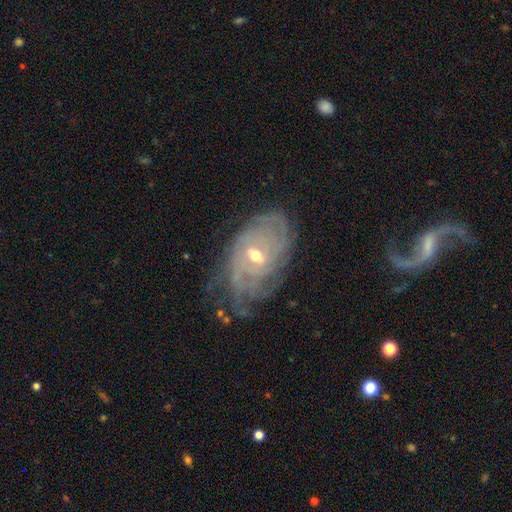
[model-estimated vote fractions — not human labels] Smooth or featured?
  - featured or disk: 81% *
  - smooth: 12%
  - star or artifact: 7%
Edge-on disk?
  - no: 94% *
  - yes: 6%
Bar?
  - weak: 49% *
  - no: 38%
  - strong: 13%
Spiral arms?
  - yes: 88% *
  - no: 12%
Spiral winding?
  - tight: 68% *
  - medium: 23%
  - loose: 8%
Spiral arm count?
  - can't tell: 52% *
  - 2: 13%
  - 4: 11%
  - 3: 11%
  - more than 4: 7%
  - 1: 5%
Bulge size?
  - moderate: 53% *
  - small: 43%
  - large: 2%
  - none: 1%
  - dominant: 1%
Merging?
  - none: 56% *
  - minor disturbance: 26%
  - major disturbance: 16%
  - merger: 2%